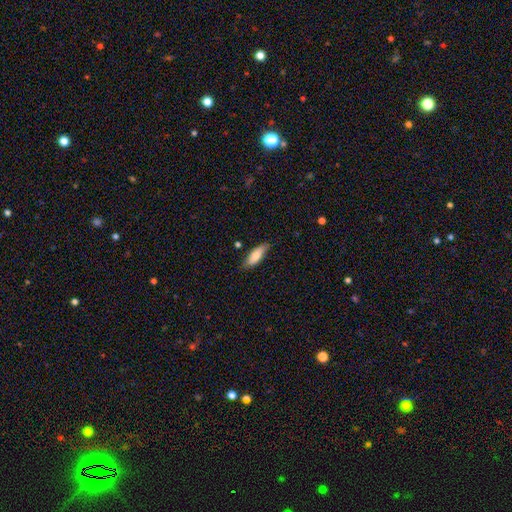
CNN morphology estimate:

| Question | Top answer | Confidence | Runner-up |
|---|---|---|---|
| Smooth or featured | smooth | 77% | featured or disk (17%) |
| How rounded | in between | 64% | cigar-shaped (34%) |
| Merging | none | 78% | minor disturbance (18%) |